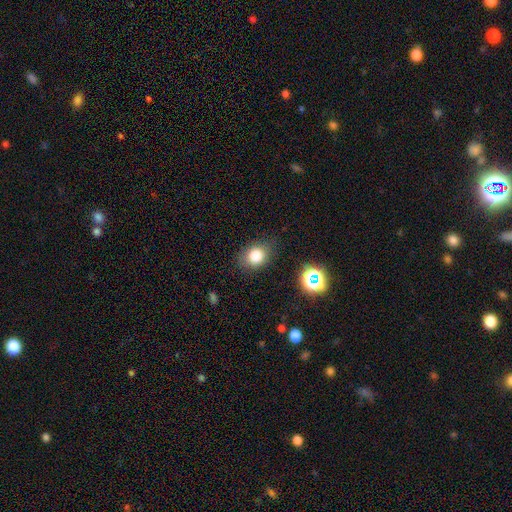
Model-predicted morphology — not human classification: Overall: smooth (80%). How rounded: round (50%; in between 49%). Merging: none (80%).